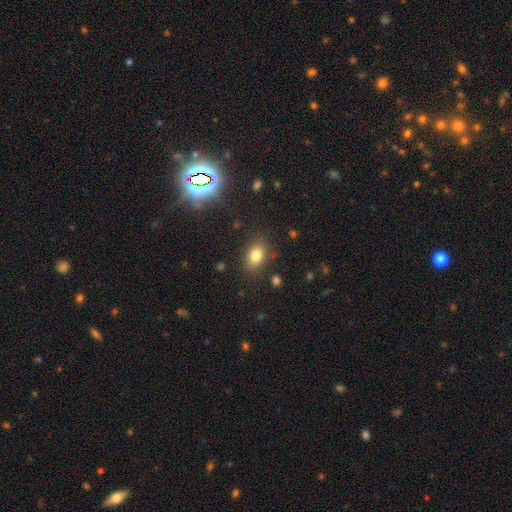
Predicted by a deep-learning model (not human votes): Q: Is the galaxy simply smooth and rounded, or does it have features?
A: smooth — 79%.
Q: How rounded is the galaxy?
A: in between — 80%.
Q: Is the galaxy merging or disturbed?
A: none — 83%.